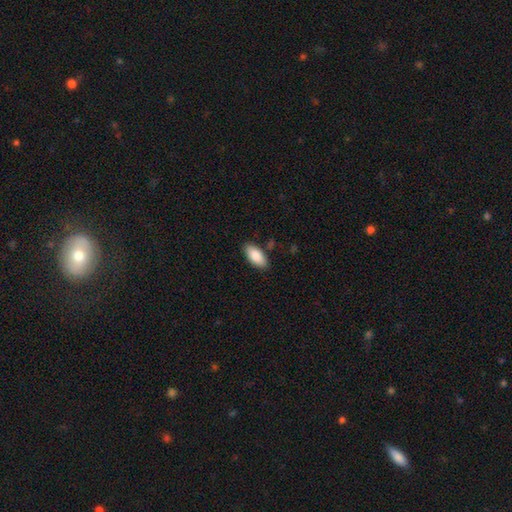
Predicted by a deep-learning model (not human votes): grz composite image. It shows a smooth galaxy with no disk features (85%) that is in between round and cigar-shaped (92%). Merging: none (85%).